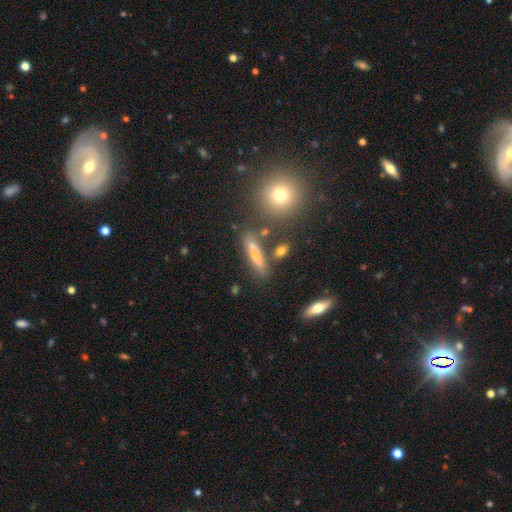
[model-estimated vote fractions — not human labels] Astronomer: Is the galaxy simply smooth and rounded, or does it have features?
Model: smooth — 56%.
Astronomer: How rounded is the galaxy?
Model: cigar-shaped — 74%.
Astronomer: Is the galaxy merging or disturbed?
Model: none — 74%.